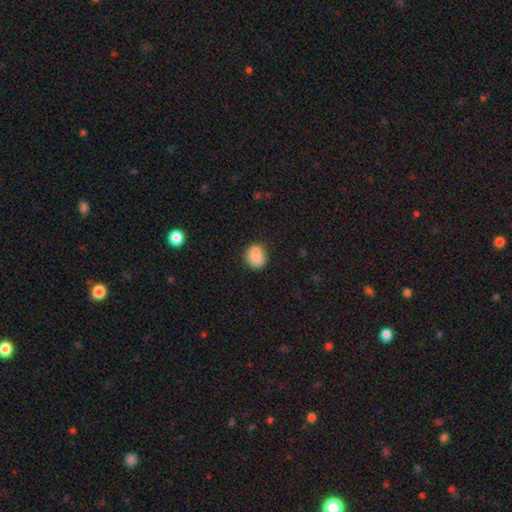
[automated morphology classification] This is clearly a smooth galaxy (85%). How rounded: likely round (72%). Merging: likely none (73%).